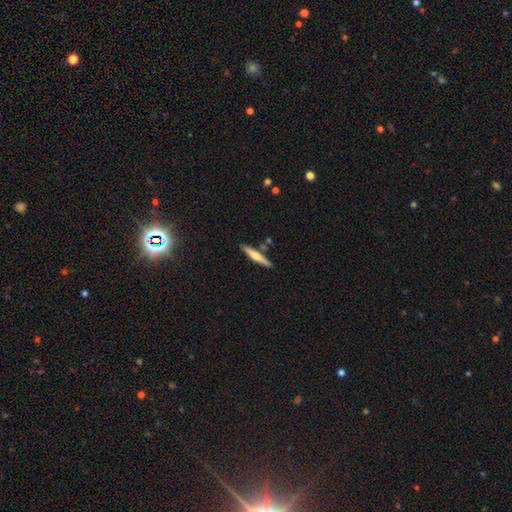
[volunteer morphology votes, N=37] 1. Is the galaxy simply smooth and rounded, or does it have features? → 68% featured or disk, 32% smooth, 0% star or artifact.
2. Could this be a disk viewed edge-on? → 96% yes, 4% no.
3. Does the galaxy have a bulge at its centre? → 62% rounded, 33% none, 4% boxy.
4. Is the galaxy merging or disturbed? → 76% none, 14% minor disturbance, 8% merger, 3% major disturbance.